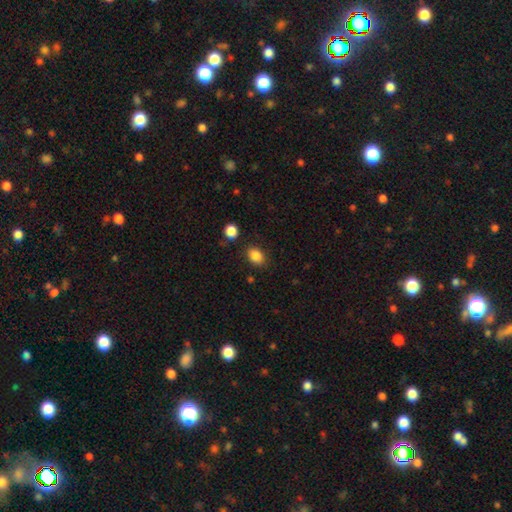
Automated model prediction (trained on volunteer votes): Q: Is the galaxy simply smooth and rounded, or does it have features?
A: smooth — 87%.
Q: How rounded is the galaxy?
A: in between — 74%.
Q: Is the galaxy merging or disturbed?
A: none — 83%.